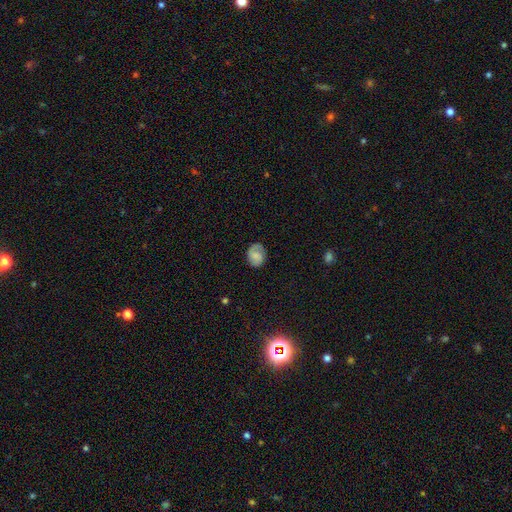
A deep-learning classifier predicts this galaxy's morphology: Overall: smooth (61%; featured or disk 30%). How rounded: in between (52%; round 47%). Merging: none (71%).